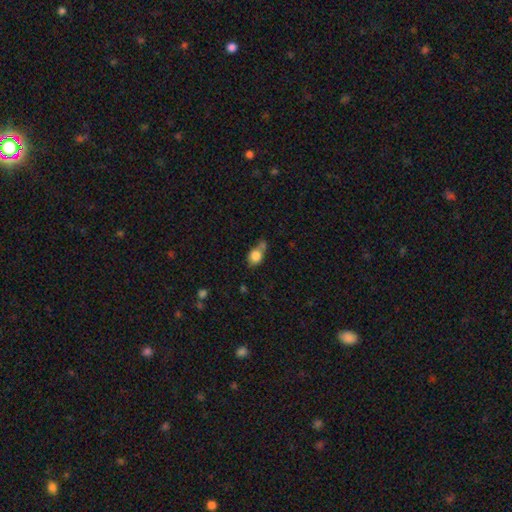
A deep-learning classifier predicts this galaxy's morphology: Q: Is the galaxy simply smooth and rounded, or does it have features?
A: smooth — 80%.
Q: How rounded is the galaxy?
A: round — 51%.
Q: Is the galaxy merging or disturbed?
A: none — 37%.